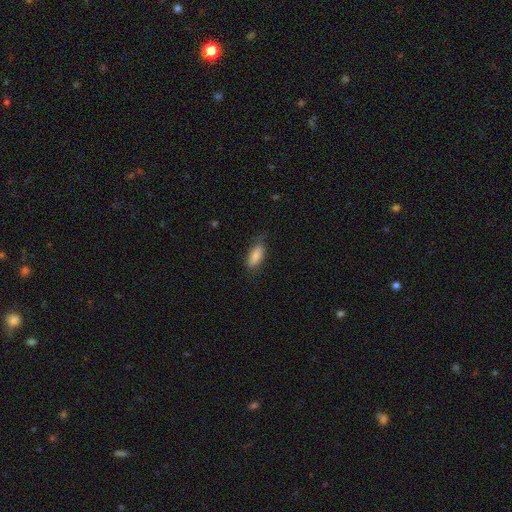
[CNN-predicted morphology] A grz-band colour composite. It shows a smooth galaxy with no disk features (82%) that is in between round and cigar-shaped (79%). Merging: none (70%).